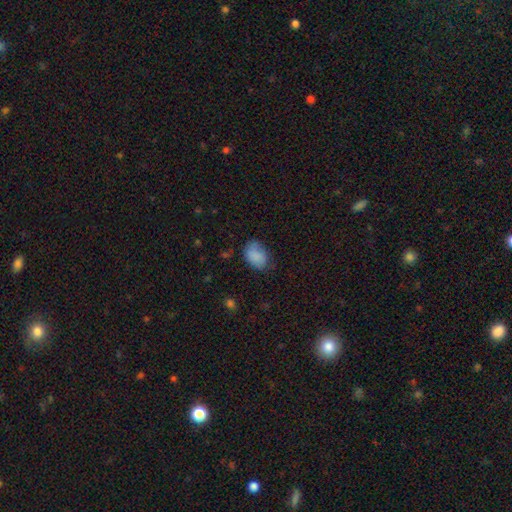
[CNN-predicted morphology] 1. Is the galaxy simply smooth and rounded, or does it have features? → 85% smooth, 8% star or artifact, 7% featured or disk.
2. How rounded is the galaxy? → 81% in between, 18% round, 1% cigar-shaped.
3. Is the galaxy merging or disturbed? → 63% none, 28% minor disturbance, 8% major disturbance, 2% merger.